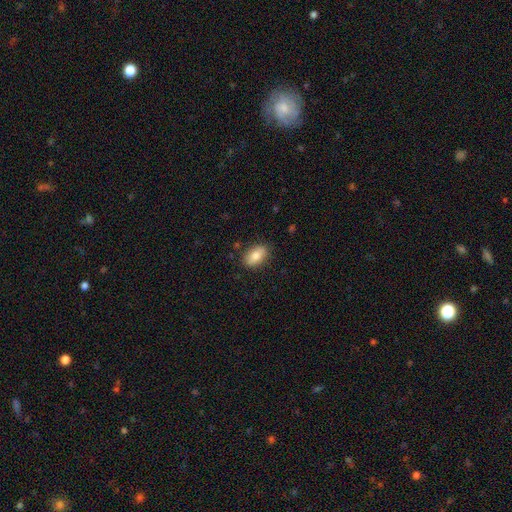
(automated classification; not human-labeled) Smooth or featured: smooth — 79% (featured or disk — 13%)
How rounded: in between — 89% (round — 8%)
Merging: none — 84% (minor disturbance — 12%)